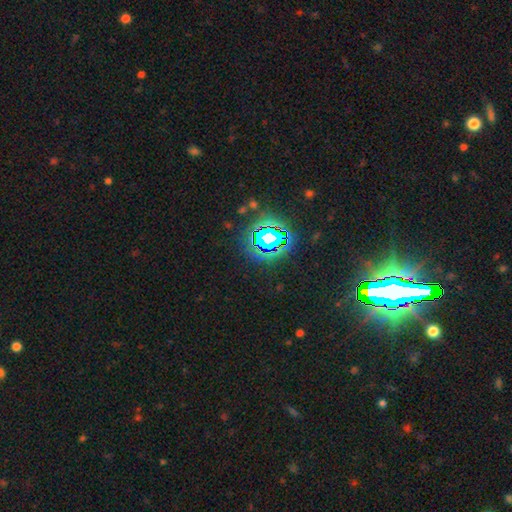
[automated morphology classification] star or artifact 85%, smooth 8%, featured or disk 7%.